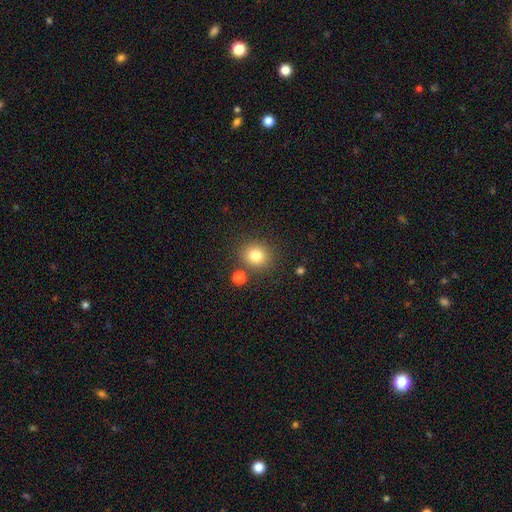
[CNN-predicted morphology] smooth 81%, star or artifact 12%, featured or disk 7%. Down the decision tree: how rounded — round (82%); merging — none (81%).